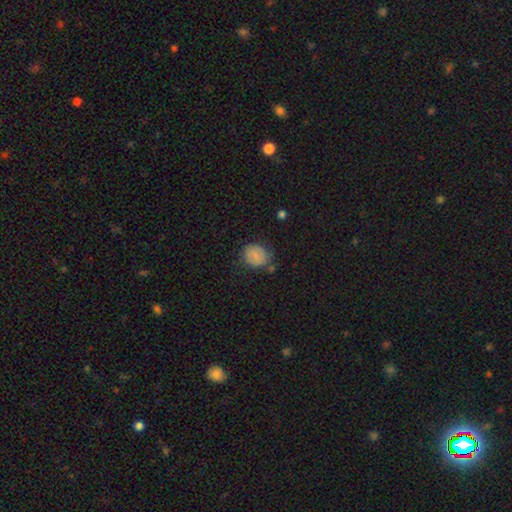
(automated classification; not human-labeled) smooth-or-featured: smooth: 77% | featured or disk: 14% | star or artifact: 9%
  how-rounded: round: 68% | in between: 31% | cigar-shaped: 1%
  merging: none: 69% | minor disturbance: 21% | major disturbance: 6% | merger: 4%